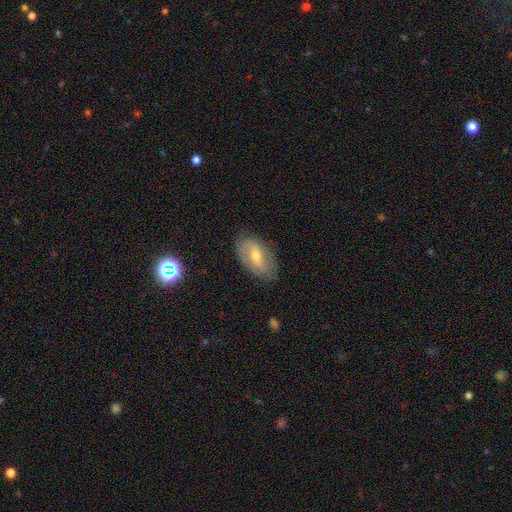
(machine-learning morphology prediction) Smooth or featured?
  - featured or disk: 46% * (tied)
  - smooth: 46% * (tied)
  - star or artifact: 8%
Merging?
  - none: 78% *
  - minor disturbance: 17%
  - major disturbance: 4%
  - merger: 1%